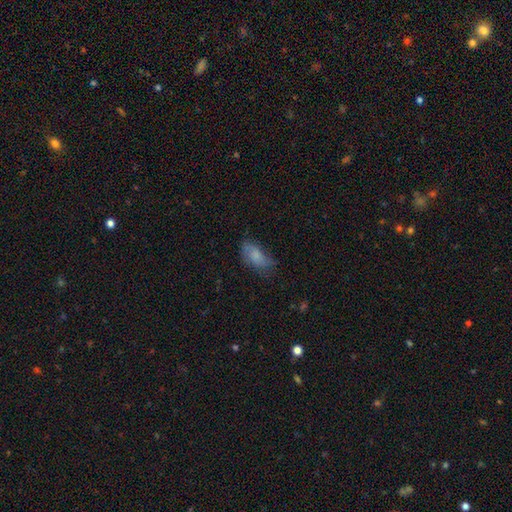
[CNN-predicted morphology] A smooth galaxy with no disk features (69%) that is in between round and cigar-shaped (89%). Merging: none (53%).